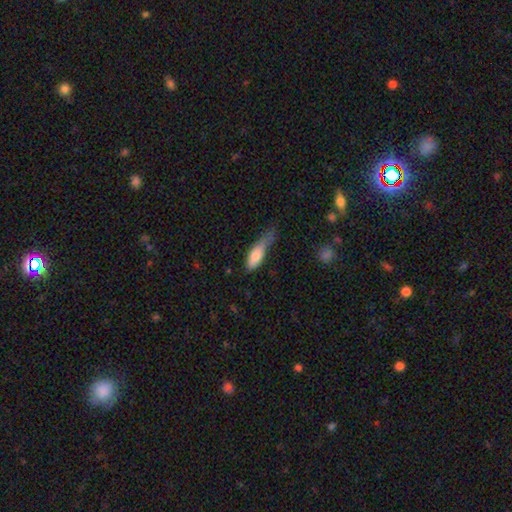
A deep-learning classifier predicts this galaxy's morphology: type=smooth (79%); roundness=in between (64%); merging=minor disturbance (44%).